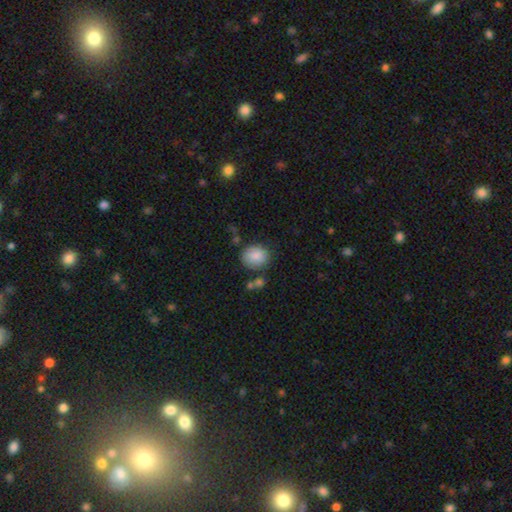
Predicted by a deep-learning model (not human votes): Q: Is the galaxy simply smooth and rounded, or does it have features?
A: smooth — 86%.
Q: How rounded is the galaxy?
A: round — 66%.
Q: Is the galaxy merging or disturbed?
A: none — 75%.